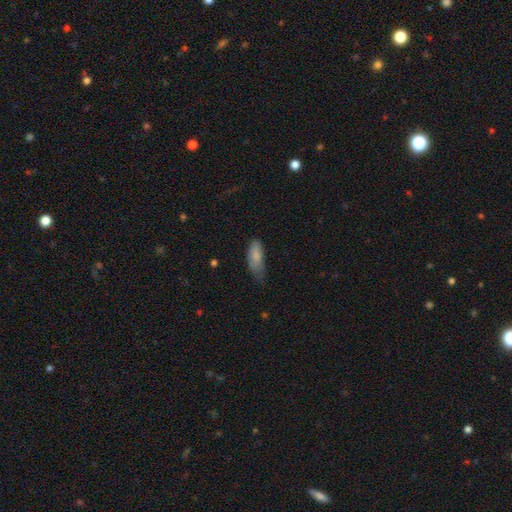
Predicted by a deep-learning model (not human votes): Smooth or featured? Predicted: smooth (p=0.83). How rounded? Predicted: in between (p=0.81). Merging? Predicted: minor disturbance (p=0.46).